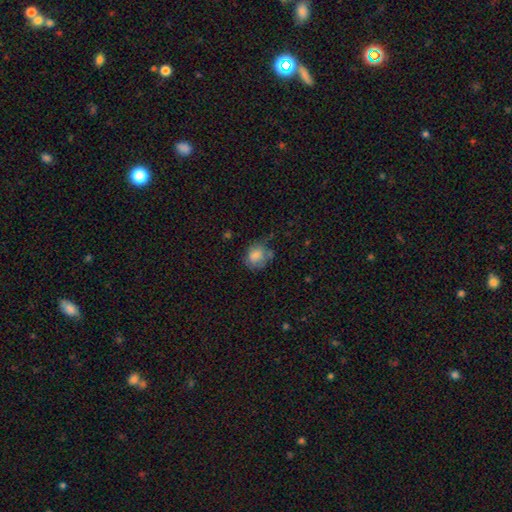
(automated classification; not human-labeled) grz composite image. It shows a smooth galaxy with no disk features (79%) that is round (72%). Merging: none (59%).